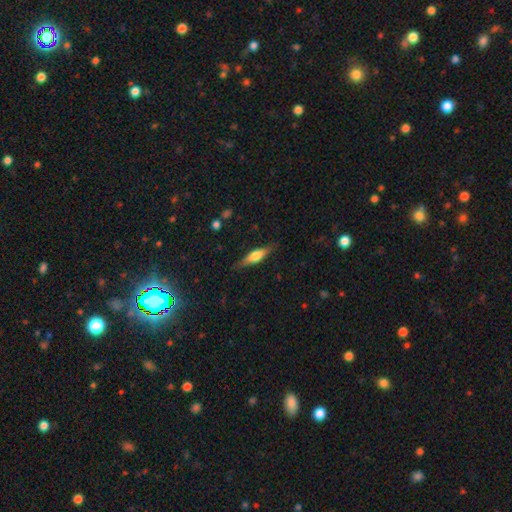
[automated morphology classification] featured or disk 51%, smooth 43%, star or artifact 6%. Down the decision tree: edge-on disk — yes (94%); merging — none (83%).